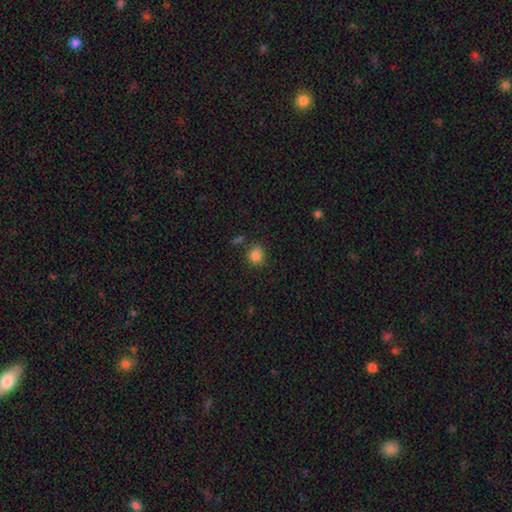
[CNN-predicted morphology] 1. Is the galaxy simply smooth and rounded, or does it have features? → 83% smooth, 12% star or artifact, 5% featured or disk.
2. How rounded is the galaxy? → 72% round, 27% in between, 1% cigar-shaped.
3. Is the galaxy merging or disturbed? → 70% none, 19% minor disturbance, 6% merger, 5% major disturbance.